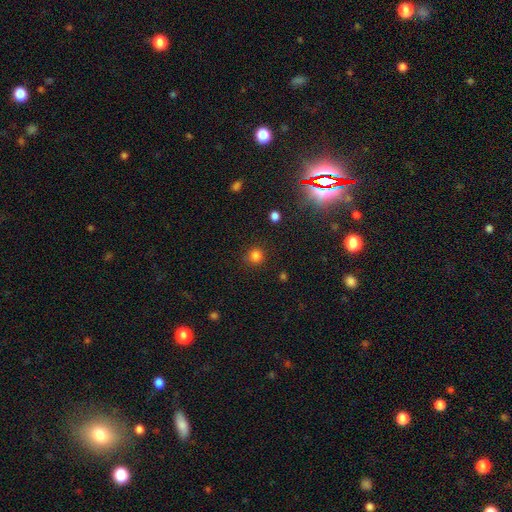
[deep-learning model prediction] Smooth or featured: smooth — 81% (star or artifact — 15%)
How rounded: round — 93% (in between — 6%)
Merging: none — 87% (minor disturbance — 8%)